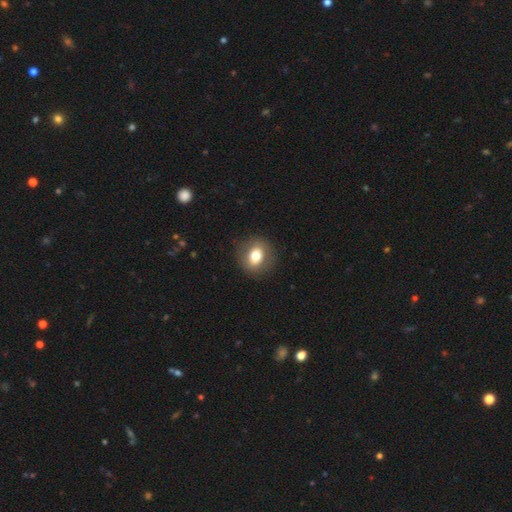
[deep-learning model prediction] The model was most divided on "how rounded": round: 59%, in between: 39%, cigar-shaped: 1%. More confident: merging — none (86%); smooth or featured — smooth (72%).